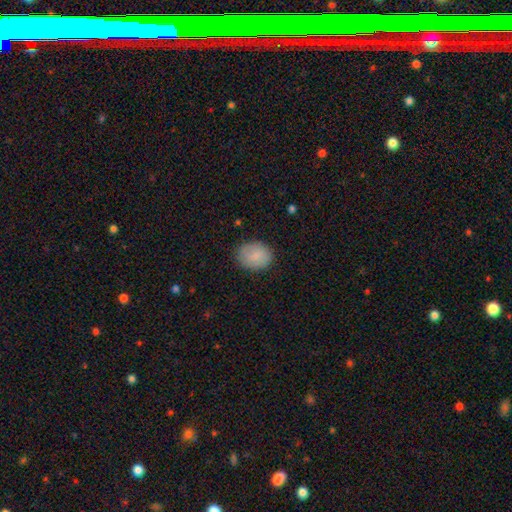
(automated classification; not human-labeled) This is clearly a smooth galaxy (84%). How rounded: possibly in between (57%). Merging: clearly none (83%).